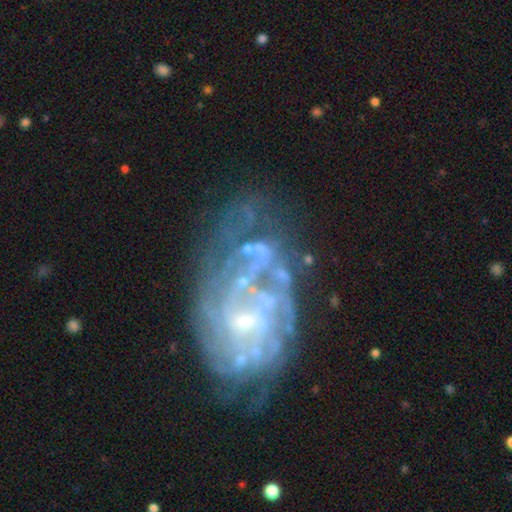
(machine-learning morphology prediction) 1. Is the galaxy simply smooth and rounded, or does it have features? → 80% featured or disk, 11% star or artifact, 9% smooth.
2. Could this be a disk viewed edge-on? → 97% no, 3% yes.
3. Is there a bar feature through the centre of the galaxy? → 57% no, 34% weak, 10% strong.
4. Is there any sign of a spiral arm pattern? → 76% yes, 24% no.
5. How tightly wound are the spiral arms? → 49% tight, 34% medium, 17% loose.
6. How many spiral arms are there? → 46% can't tell, 14% 4, 13% 3, 12% 2, 9% more than 4, 6% 1.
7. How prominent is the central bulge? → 70% small, 14% moderate, 13% none, 1% large, 1% dominant.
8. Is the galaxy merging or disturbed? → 45% none, 26% major disturbance, 21% minor disturbance, 8% merger.